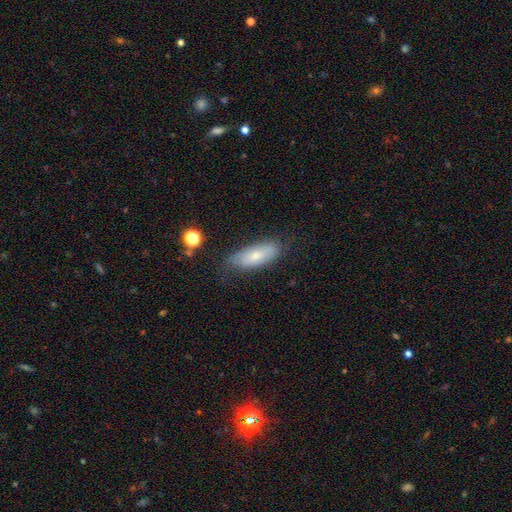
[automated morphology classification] This appears to be a smooth galaxy with no disk features (63%) that is in between round and cigar-shaped (74%). Merging: none (68%).